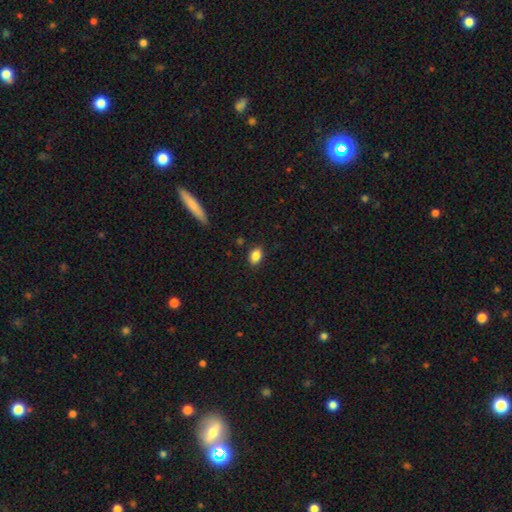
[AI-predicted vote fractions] Q: Smooth or featured?
A: smooth (86%); runner-up: star or artifact (9%)
Q: How rounded?
A: in between (79%); runner-up: round (19%)
Q: Merging?
A: none (84%); runner-up: minor disturbance (12%)